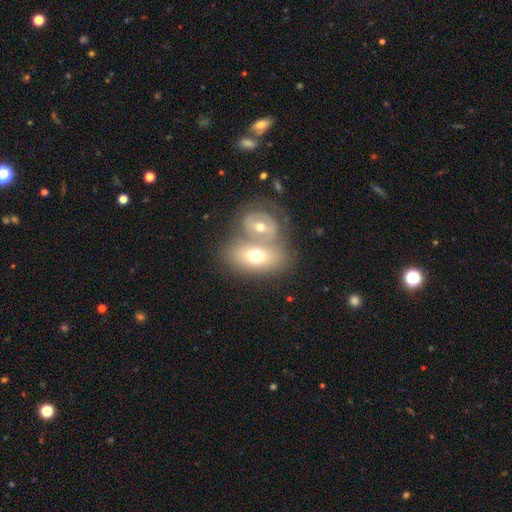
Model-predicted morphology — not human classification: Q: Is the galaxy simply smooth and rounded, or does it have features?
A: smooth — 58%.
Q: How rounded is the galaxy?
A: in between — 83%.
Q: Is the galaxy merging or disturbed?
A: merger — 58%.